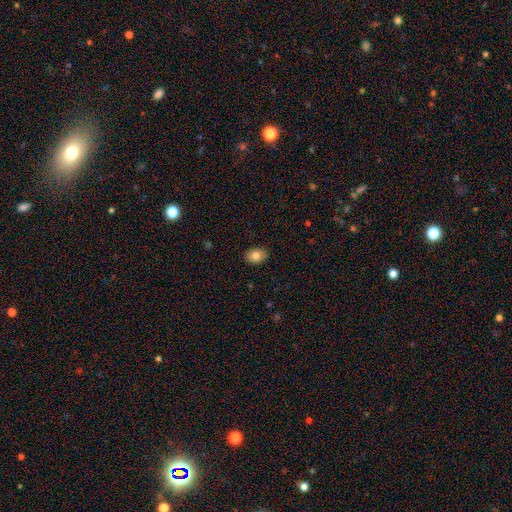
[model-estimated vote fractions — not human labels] smooth_or_featured: smooth (p=0.84) [alt: star or artifact p=0.08]
how_rounded: in between (p=0.78) [alt: round p=0.21]
merging: none (p=0.88) [alt: minor disturbance p=0.09]